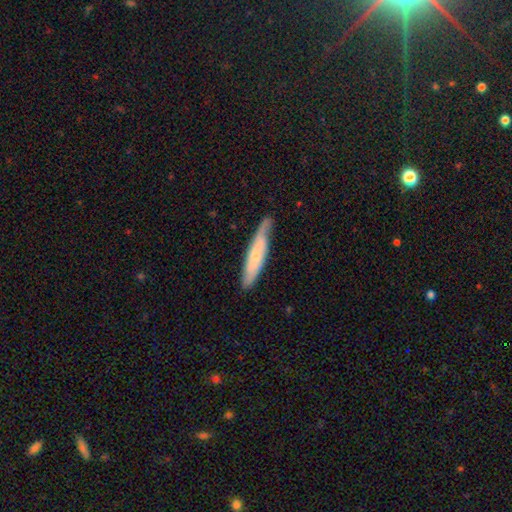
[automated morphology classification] Smooth or featured? smooth (50%)
How rounded? cigar-shaped (86%)
Merging? none (70%)